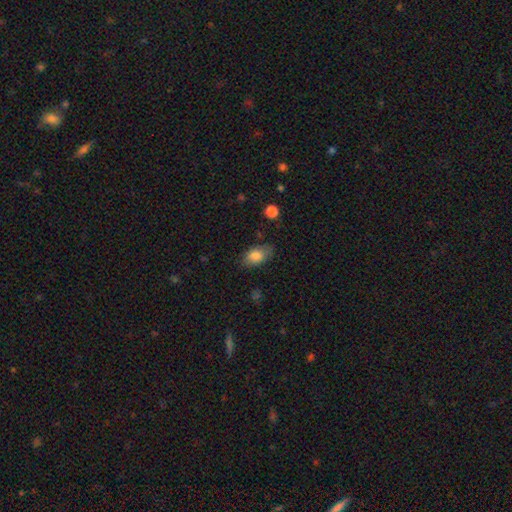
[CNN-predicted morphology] This appears to be a smooth galaxy with no disk features (83%) that is in between round and cigar-shaped (90%). Merging: none (72%).